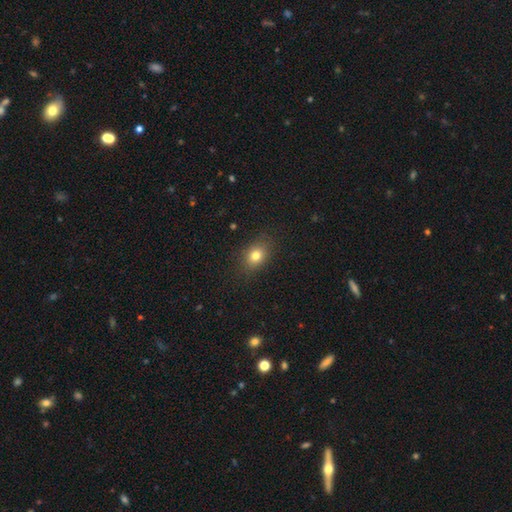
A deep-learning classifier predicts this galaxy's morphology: type=smooth (78%); roundness=in between (59%); merging=none (85%).